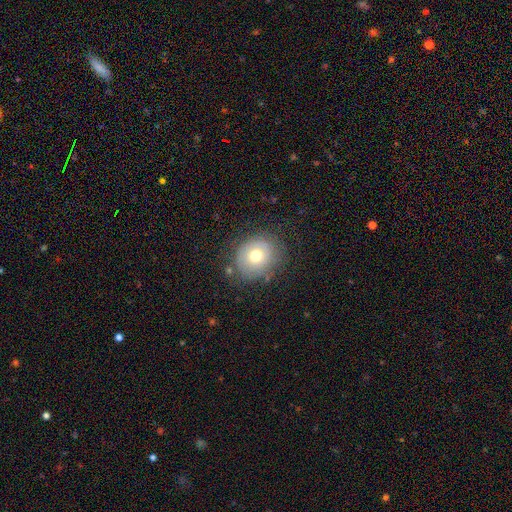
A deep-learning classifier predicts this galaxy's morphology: Smooth or featured?
  - smooth: 68% *
  - featured or disk: 21%
  - star or artifact: 11%
How rounded?
  - round: 73% *
  - in between: 27%
  - cigar-shaped: 1%
Merging?
  - none: 75% *
  - minor disturbance: 16%
  - major disturbance: 6%
  - merger: 2%